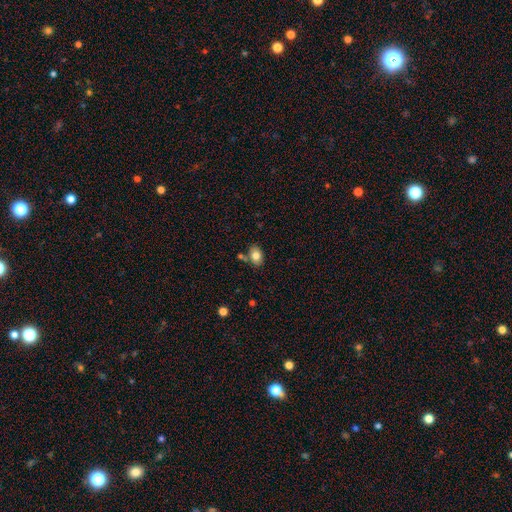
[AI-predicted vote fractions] Smooth or featured? smooth (81%)
How rounded? in between (77%)
Merging? none (74%)